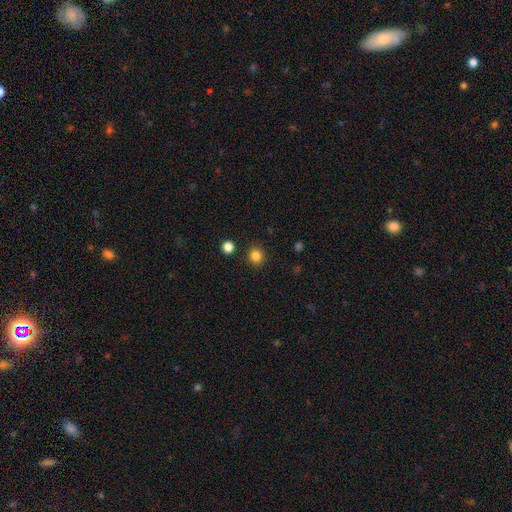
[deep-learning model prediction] The model was most divided on "smooth or featured": smooth: 84%, star or artifact: 12%, featured or disk: 4%. More confident: merging — none (89%); how rounded — round (88%).